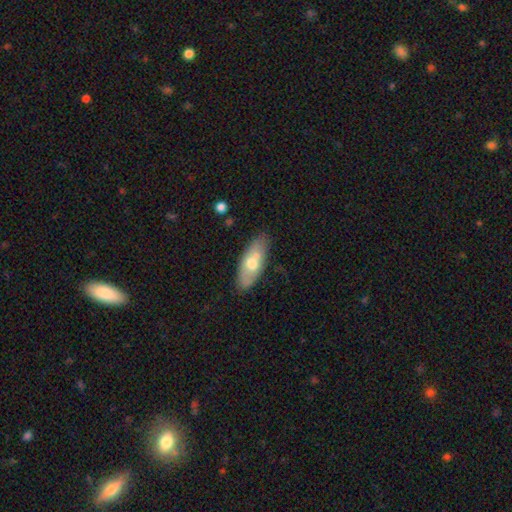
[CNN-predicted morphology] A smooth galaxy with no disk features (59%) that is in between round and cigar-shaped (78%). Merging: none (74%).